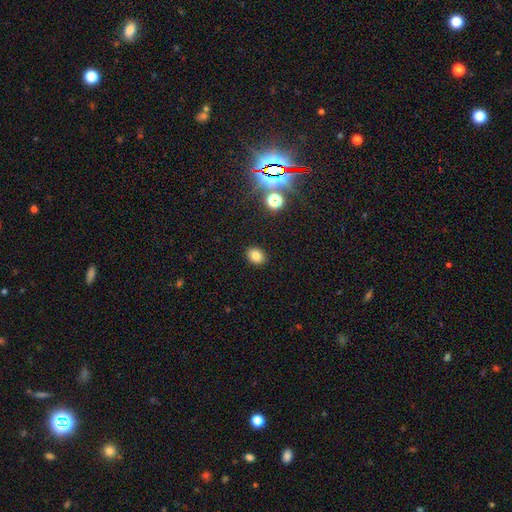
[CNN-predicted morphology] Smooth or featured: smooth — 79% (star or artifact — 14%)
How rounded: in between — 53% (round — 46%)
Merging: none — 89% (minor disturbance — 7%)